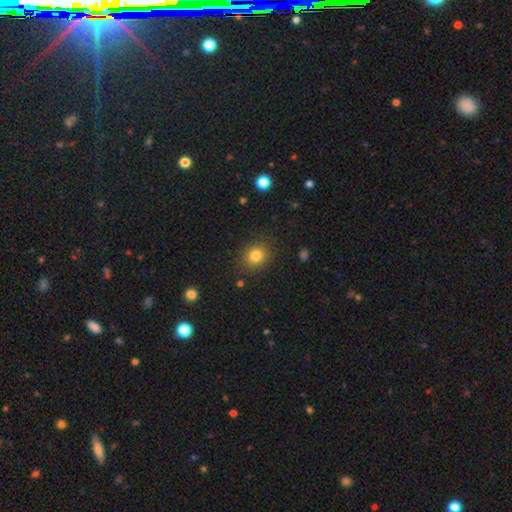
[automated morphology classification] This is clearly a smooth galaxy (82%). How rounded: likely round (79%). Merging: clearly none (87%).